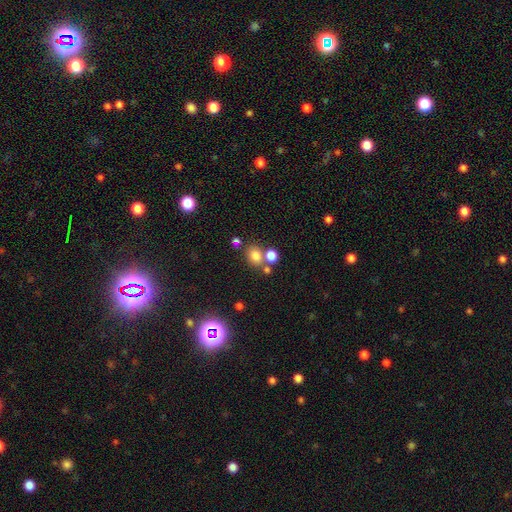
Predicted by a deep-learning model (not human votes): A smooth galaxy with no disk features (76%) that is round (56%).

Vote fractions:
- Smooth or featured? smooth: 76% / star or artifact: 15% / featured or disk: 8%
- How rounded? round: 56% / in between: 43% / cigar-shaped: 1%
- Merging? none: 61% / merger: 24% / minor disturbance: 10% / major disturbance: 5%